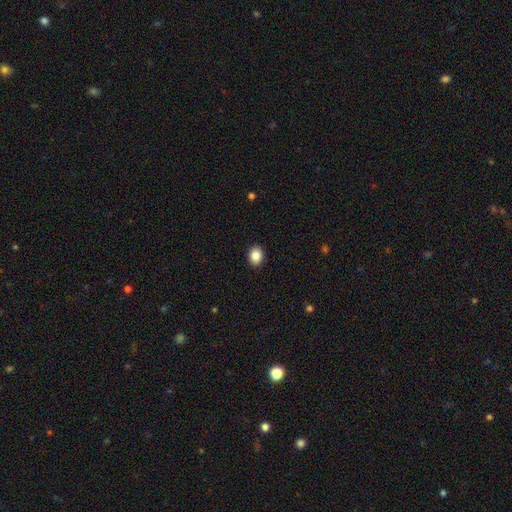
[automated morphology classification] Smooth or featured? Predicted: smooth (p=0.87). How rounded? Predicted: in between (p=0.51). Merging? Predicted: none (p=0.92).